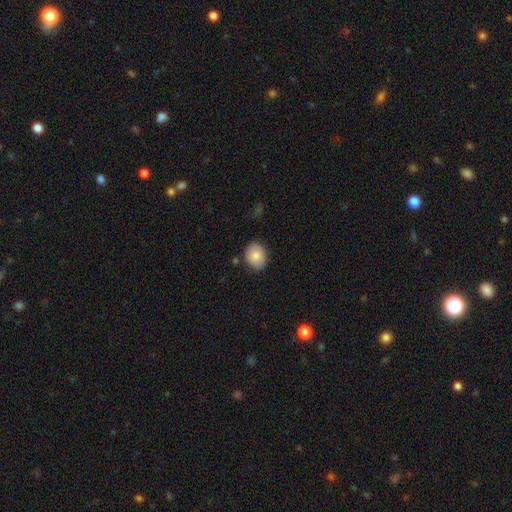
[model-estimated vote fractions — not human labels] A smooth galaxy with no disk features (84%) that is in between round and cigar-shaped (59%). Merging: none (79%).